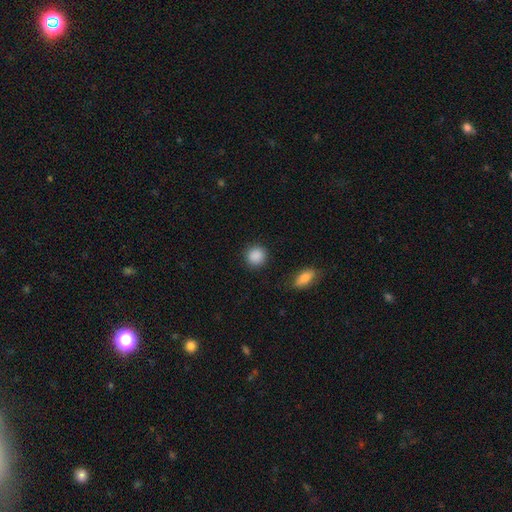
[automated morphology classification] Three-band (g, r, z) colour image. It shows a smooth galaxy with no disk features (89%) that is round (87%). Merging: none (89%).